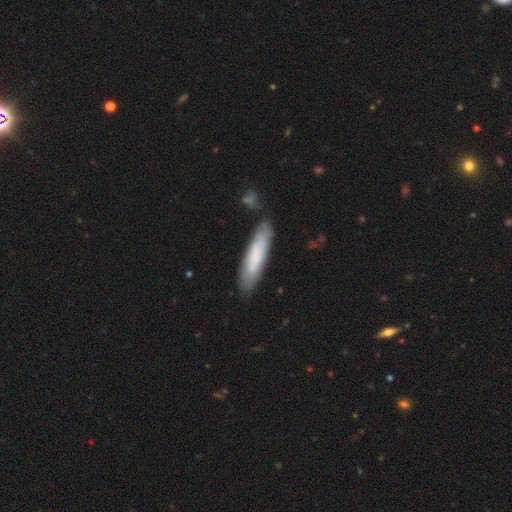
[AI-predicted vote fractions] This appears to be a smooth galaxy with no disk features (74%) that is cigar-shaped (81%). Merging: none (82%).